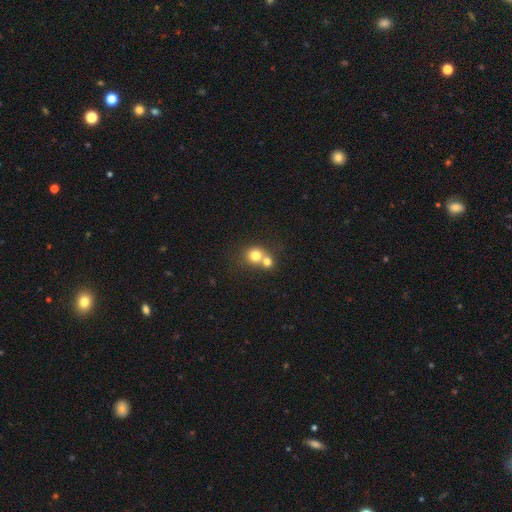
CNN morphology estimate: Smooth or featured? smooth (76%)
How rounded? round (82%)
Merging? merger (57%)